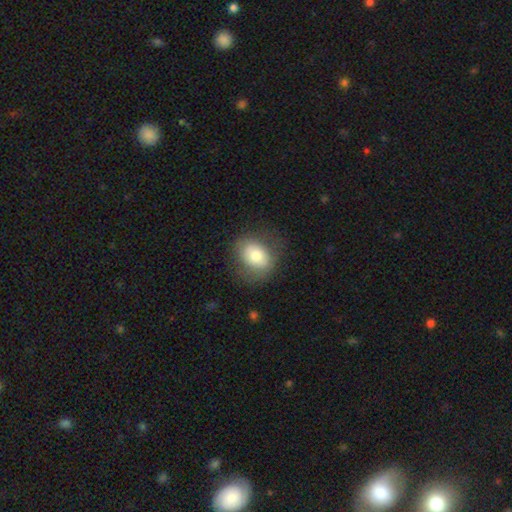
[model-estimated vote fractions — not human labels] Overall: smooth (73%). How rounded: in between (59%; round 40%). Merging: none (68%).